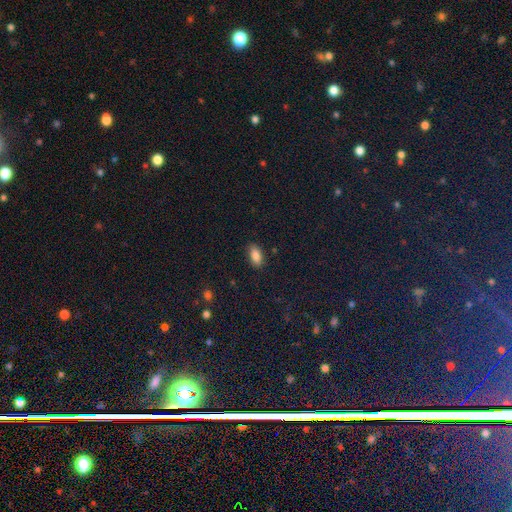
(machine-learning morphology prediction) The model was most divided on "merging": none: 86%, minor disturbance: 11%, major disturbance: 2%, merger: 1%. More confident: how rounded — in between (90%); smooth or featured — smooth (86%).